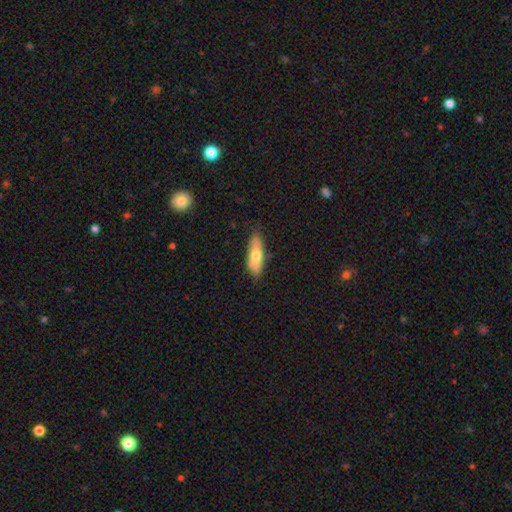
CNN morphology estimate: A smooth galaxy with no disk features (69%) that is in between round and cigar-shaped (61%). Merging: none (76%).